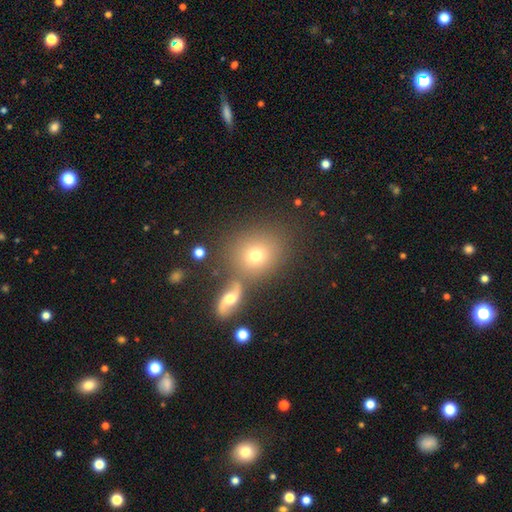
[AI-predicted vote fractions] A smooth galaxy with no disk features (70%) that is round (75%). Merging: none (66%).